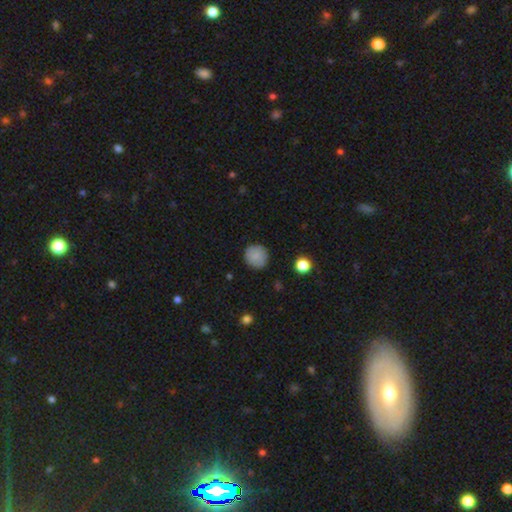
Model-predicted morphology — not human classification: The model was most divided on "merging": none: 86%, minor disturbance: 10%, major disturbance: 2%, merger: 1%. More confident: how rounded — round (91%); smooth or featured — smooth (86%).